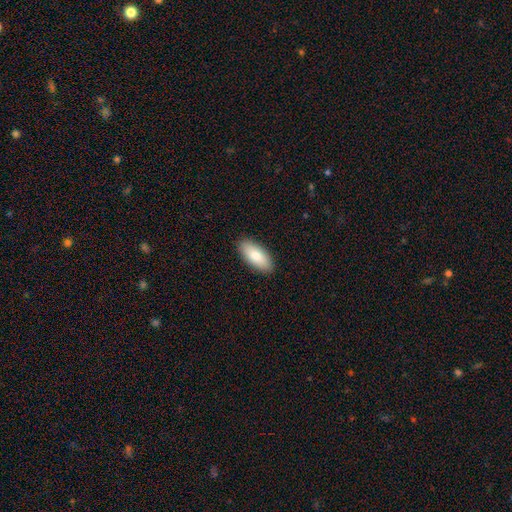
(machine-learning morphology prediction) A smooth galaxy with no disk features (81%) that is in between round and cigar-shaped (88%).

Vote fractions:
- Smooth or featured? smooth: 81% / featured or disk: 13% / star or artifact: 6%
- How rounded? in between: 88% / cigar-shaped: 10% / round: 2%
- Merging? none: 90% / minor disturbance: 8% / major disturbance: 2% / merger: 1%